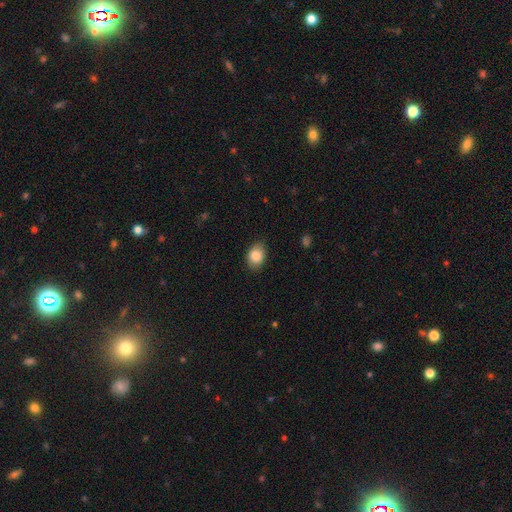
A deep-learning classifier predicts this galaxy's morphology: A smooth galaxy with no disk features (86%) that is in between round and cigar-shaped (74%).

Vote fractions:
- Smooth or featured? smooth: 86% / star or artifact: 7% / featured or disk: 7%
- How rounded? in between: 74% / round: 25% / cigar-shaped: 1%
- Merging? none: 80% / minor disturbance: 16% / major disturbance: 3% / merger: 1%